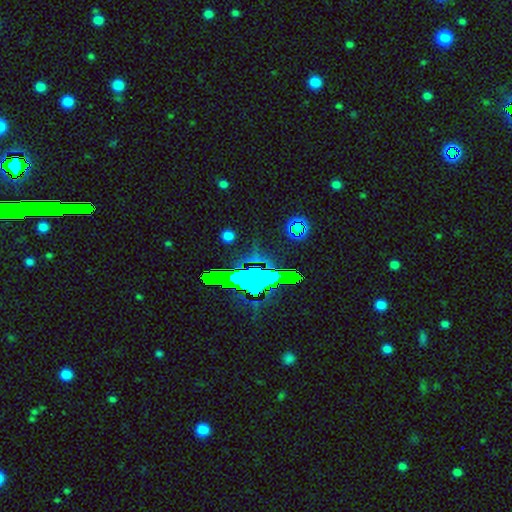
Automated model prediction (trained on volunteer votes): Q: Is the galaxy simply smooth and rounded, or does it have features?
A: star or artifact — 66%.